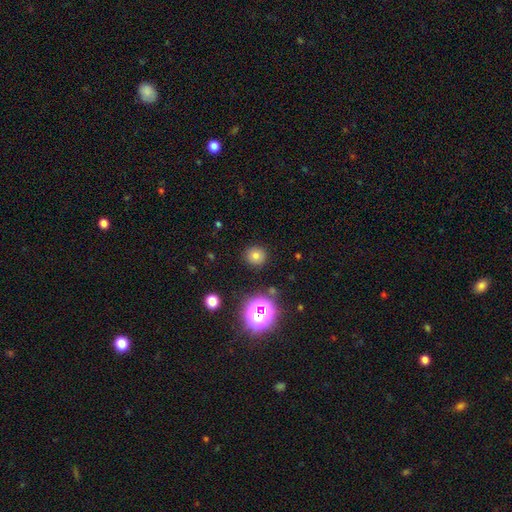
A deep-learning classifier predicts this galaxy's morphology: A smooth galaxy with no disk features (70%) that is round (92%).

Vote fractions:
- Smooth or featured? smooth: 70% / star or artifact: 21% / featured or disk: 9%
- How rounded? round: 92% / in between: 7% / cigar-shaped: 1%
- Merging? none: 89% / minor disturbance: 7% / major disturbance: 3% / merger: 2%